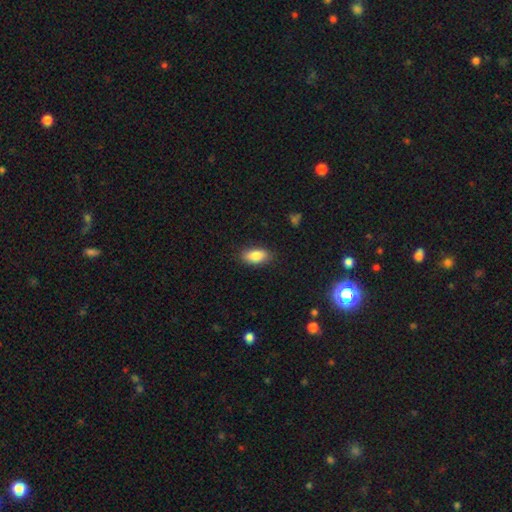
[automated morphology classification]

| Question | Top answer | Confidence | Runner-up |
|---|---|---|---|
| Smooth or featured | smooth | 86% | featured or disk (7%) |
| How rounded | in between | 91% | cigar-shaped (5%) |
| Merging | none | 86% | minor disturbance (10%) |